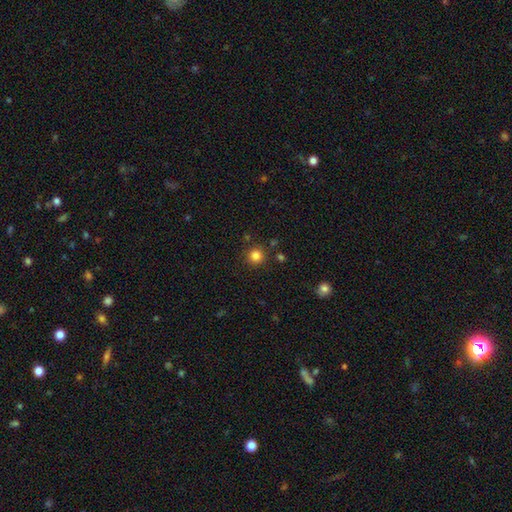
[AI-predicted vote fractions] Smooth or featured? Predicted: smooth (p=0.83). How rounded? Predicted: round (p=0.94). Merging? Predicted: none (p=0.87).